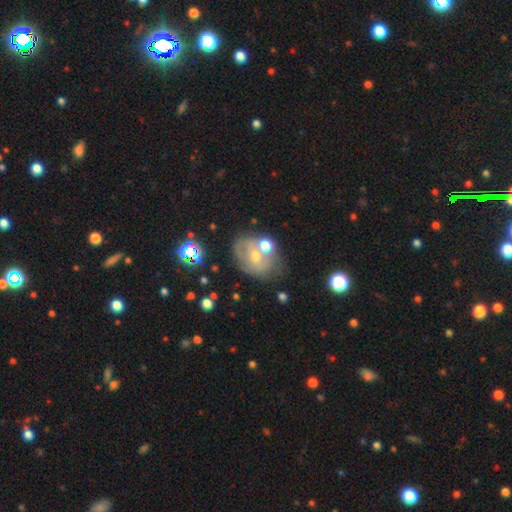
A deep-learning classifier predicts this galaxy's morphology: Overall: featured or disk (54%; smooth 33%). Edge-on disk: no (95%). Bar: no (63%; weak 27%). Spiral arms: no (57%; yes 43%). Bulge size: small (49%; moderate 45%). Merging: none (50%; merger 21%).